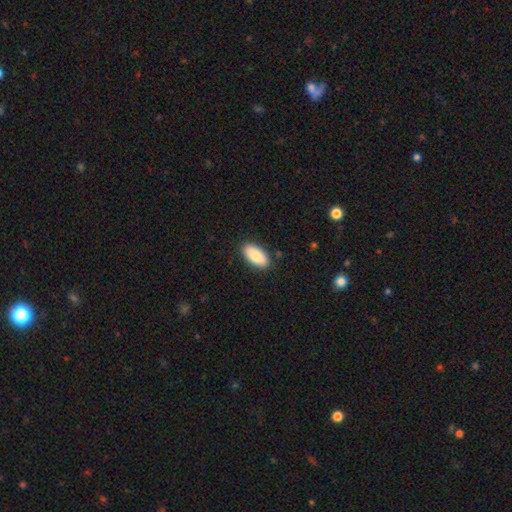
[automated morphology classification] Smooth or featured? Predicted: smooth (p=0.85). How rounded? Predicted: in between (p=0.92). Merging? Predicted: none (p=0.88).